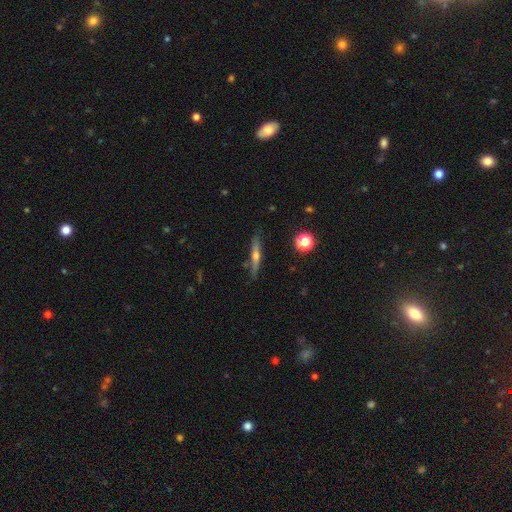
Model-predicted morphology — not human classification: Smooth or featured?
  - featured or disk: 60% *
  - smooth: 32%
  - star or artifact: 8%
Edge-on disk?
  - yes: 95% *
  - no: 5%
Edge-on bulge?
  - rounded: 86% *
  - none: 10%
  - boxy: 4%
Merging?
  - none: 82% *
  - minor disturbance: 13%
  - major disturbance: 2%
  - merger: 2%